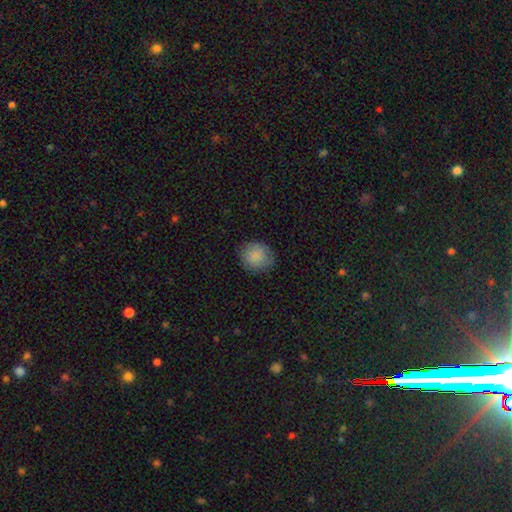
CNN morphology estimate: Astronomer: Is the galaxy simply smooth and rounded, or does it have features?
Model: smooth — 87%.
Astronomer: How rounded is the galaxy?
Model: round — 80%.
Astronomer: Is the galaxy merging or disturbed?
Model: none — 81%.